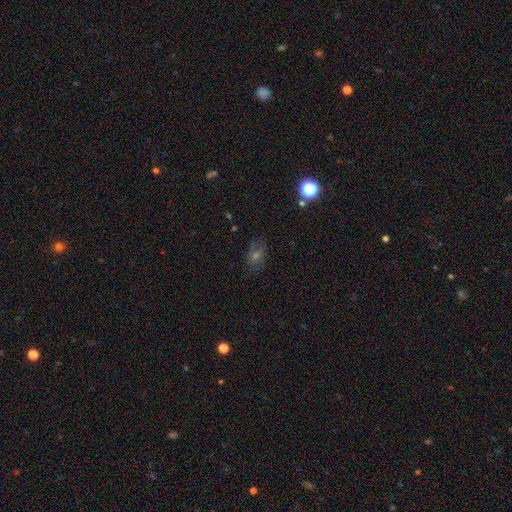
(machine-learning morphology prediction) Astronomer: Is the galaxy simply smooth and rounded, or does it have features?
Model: smooth — 39% (runner-up: star or artifact, 32%).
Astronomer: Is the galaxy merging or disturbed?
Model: none — 76%.